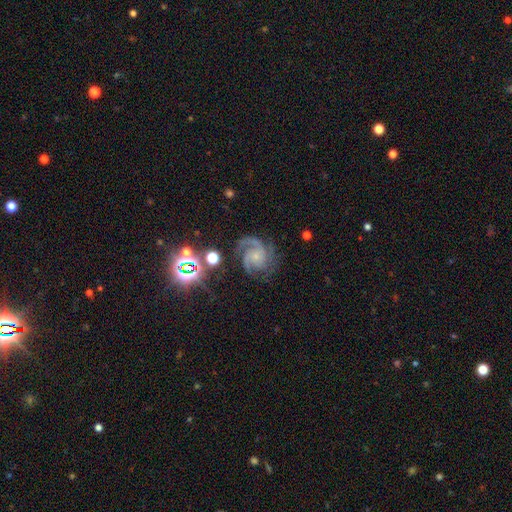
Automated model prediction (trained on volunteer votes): Overall: featured or disk (88%). Edge-on disk: no (98%). Bar: no (75%). Spiral arms: yes (98%). Spiral arm count: 3 (57%; 2 17%). Spiral winding: medium (47%; tight 45%). Bulge size: small (73%). Merging: none (69%).